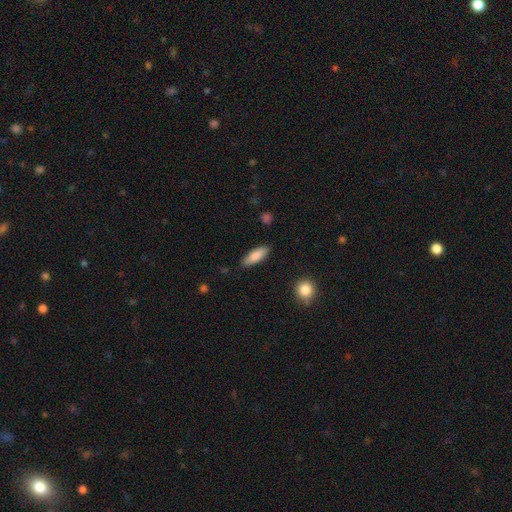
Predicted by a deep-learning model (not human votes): Q: Smooth or featured?
A: smooth (84%); runner-up: featured or disk (10%)
Q: How rounded?
A: in between (61%); runner-up: cigar-shaped (36%)
Q: Merging?
A: none (85%); runner-up: minor disturbance (11%)